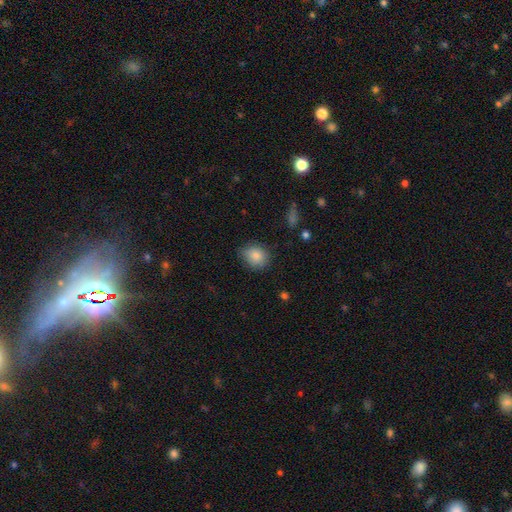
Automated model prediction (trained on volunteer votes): The model was most divided on "how rounded": round: 66%, in between: 33%, cigar-shaped: 1%. More confident: smooth or featured — smooth (85%); merging — none (76%).